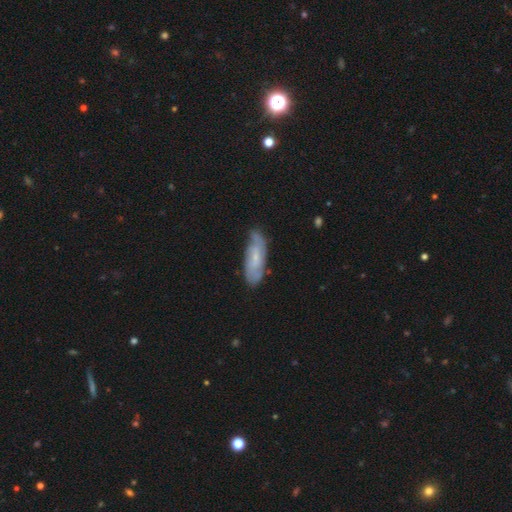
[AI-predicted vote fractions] A featured or disk galaxy (60%) with no bar (54%), spiral arms (86%) and a small central bulge (61%).

Vote fractions:
- Smooth or featured? featured or disk: 60% / smooth: 32% / star or artifact: 8%
- Edge-on disk? no: 84% / yes: 16%
- Bar? no: 54% / weak: 38% / strong: 8%
- Spiral arms? yes: 86% / no: 14%
- Bulge size? small: 61% / moderate: 23% / none: 13% / large: 2% / dominant: 1%
- Merging? none: 72% / minor disturbance: 21% / major disturbance: 5% / merger: 2%